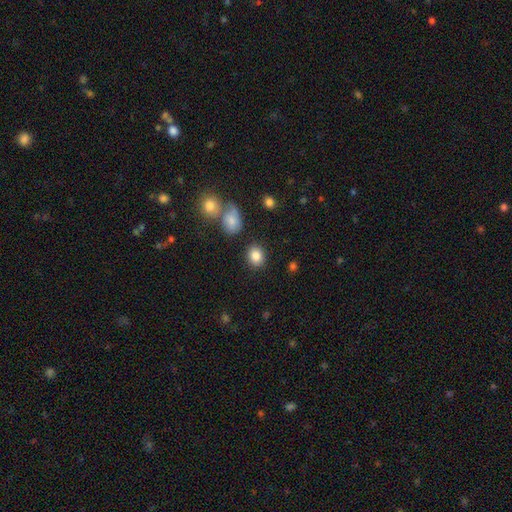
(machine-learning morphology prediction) smooth_or_featured: smooth (p=0.85) [alt: star or artifact p=0.09]
how_rounded: round (p=0.56) [alt: in between p=0.43]
merging: none (p=0.84) [alt: minor disturbance p=0.09]